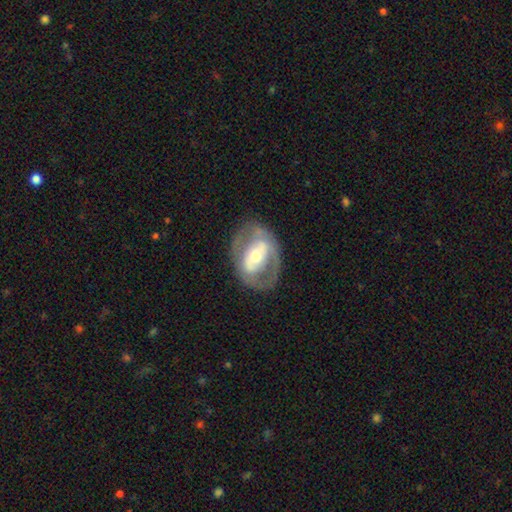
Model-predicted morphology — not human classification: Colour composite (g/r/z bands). It shows a featured or disk galaxy (72%) with a strong bar (35%, tied with no), no spiral arms (53%) and a moderate central bulge (63%). Merging: none (70%).